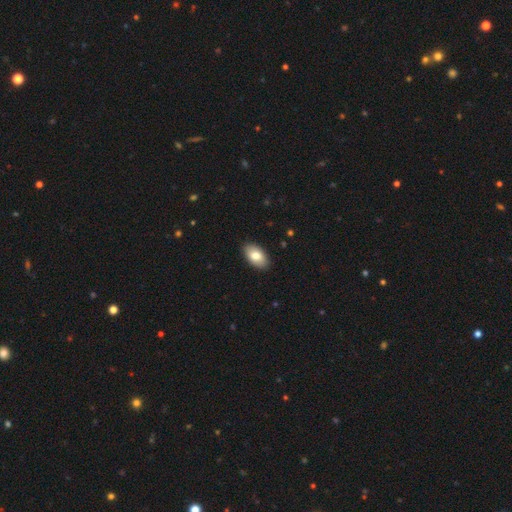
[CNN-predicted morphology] Smooth or featured? Predicted: smooth (p=0.80). How rounded? Predicted: in between (p=0.95). Merging? Predicted: none (p=0.90).